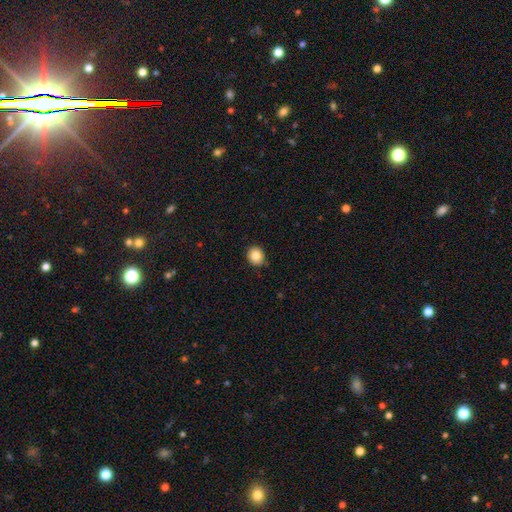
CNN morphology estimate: A smooth galaxy with no disk features (84%) that is round (80%).

Vote fractions:
- Smooth or featured? smooth: 84% / star or artifact: 10% / featured or disk: 6%
- How rounded? round: 80% / in between: 19% / cigar-shaped: 1%
- Merging? none: 87% / minor disturbance: 10% / major disturbance: 2% / merger: 1%